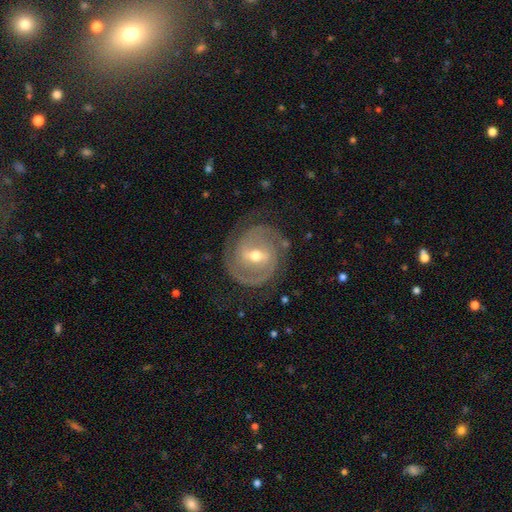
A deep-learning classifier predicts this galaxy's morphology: This is clearly a featured or disk galaxy (89%). It is clearly not viewed edge-on (97%). Bar: possibly weak (49%). Spiral arm pattern: clearly yes (96%). Spiral arm count: clearly 2 (81%). Spiral winding: likely tight (64%). Central bulge: likely moderate (64%). Merging: likely none (79%).